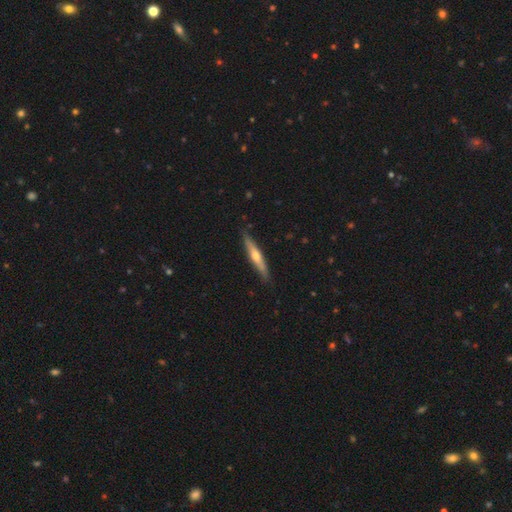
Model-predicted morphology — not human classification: This appears to be a featured or disk galaxy (57%) viewed edge-on (94%) with a rounded central bulge (85%). Merging: none (88%).